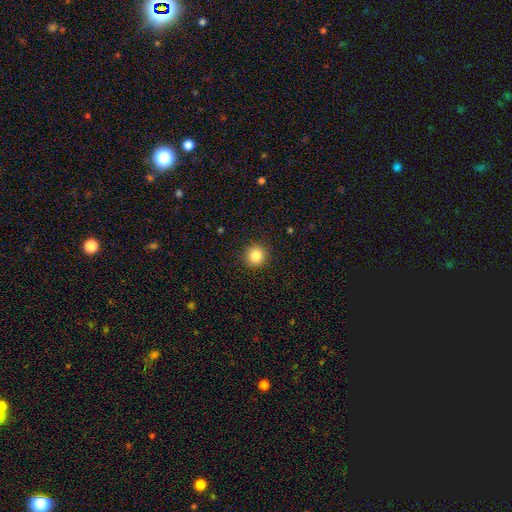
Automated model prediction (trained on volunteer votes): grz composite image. It shows a smooth galaxy with no disk features (84%) that is round (93%). Merging: none (92%).